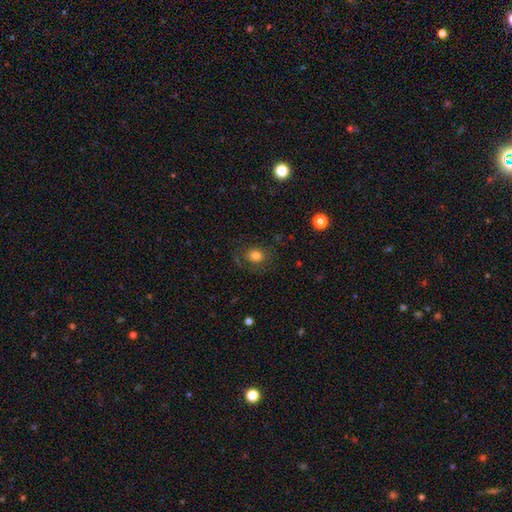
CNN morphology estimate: The model was most divided on "how rounded": round: 57%, in between: 42%, cigar-shaped: 1%. More confident: smooth or featured — smooth (74%); merging — none (73%).